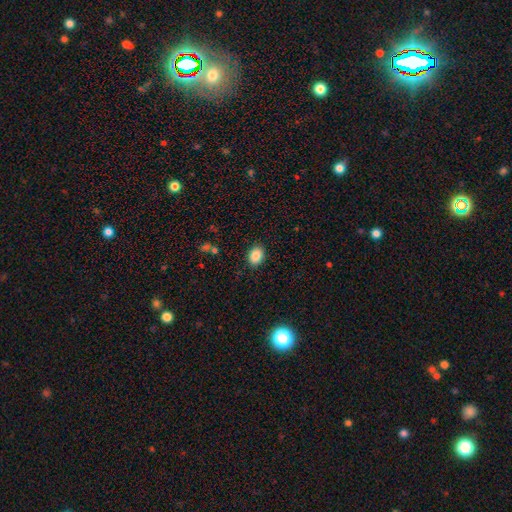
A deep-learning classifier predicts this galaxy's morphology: A smooth galaxy with no disk features (86%) that is in between round and cigar-shaped (70%). Merging: none (88%).